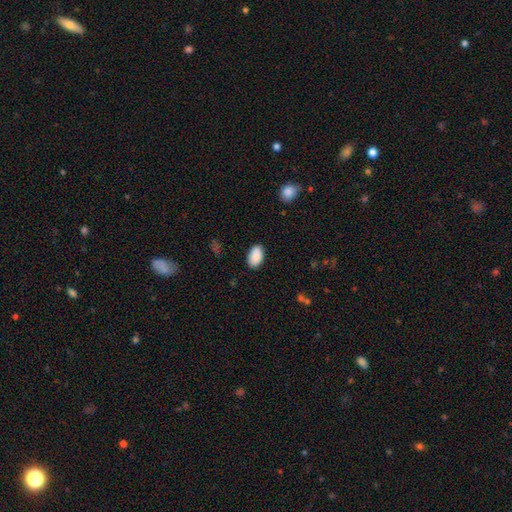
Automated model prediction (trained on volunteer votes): Smooth or featured: smooth — 90% (star or artifact — 7%)
How rounded: in between — 94% (round — 5%)
Merging: none — 86% (minor disturbance — 10%)